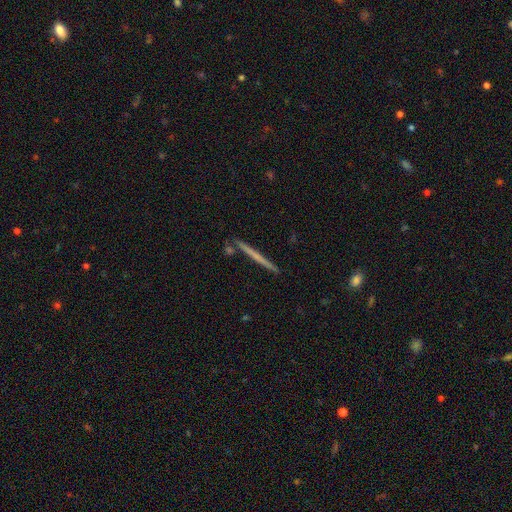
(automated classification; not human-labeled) This appears to be a featured or disk galaxy (52%) viewed edge-on (98%) with no central bulge (84%). Merging: none (89%).